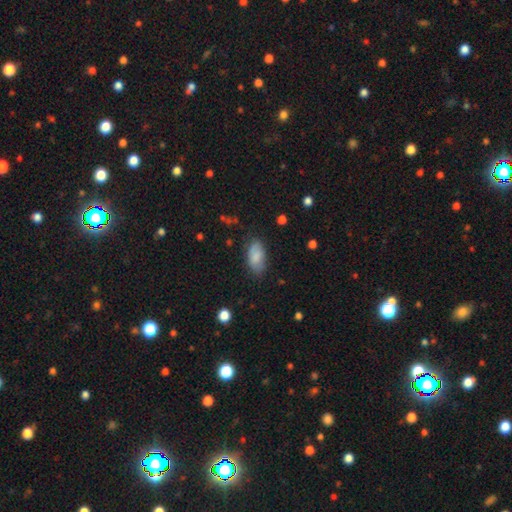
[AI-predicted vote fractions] Smooth or featured: smooth — 81% (featured or disk — 12%)
How rounded: in between — 93% (cigar-shaped — 4%)
Merging: none — 73% (minor disturbance — 20%)